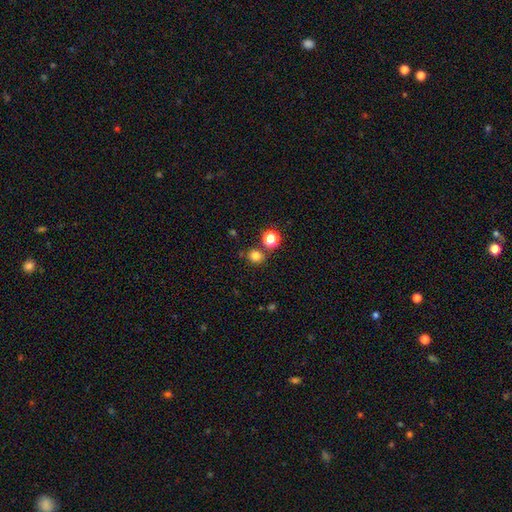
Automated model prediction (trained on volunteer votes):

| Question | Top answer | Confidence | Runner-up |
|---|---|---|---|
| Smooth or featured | smooth | 78% | star or artifact (16%) |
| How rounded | round | 81% | in between (18%) |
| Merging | none | 79% | merger (10%) |